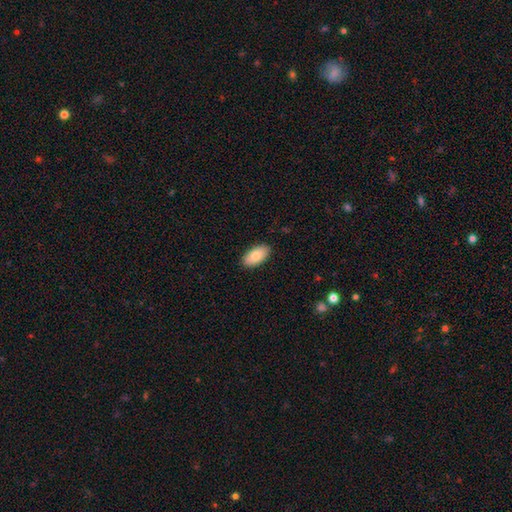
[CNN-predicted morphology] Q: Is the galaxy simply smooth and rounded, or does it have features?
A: smooth — 85%.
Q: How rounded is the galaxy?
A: in between — 95%.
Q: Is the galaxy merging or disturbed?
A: none — 89%.